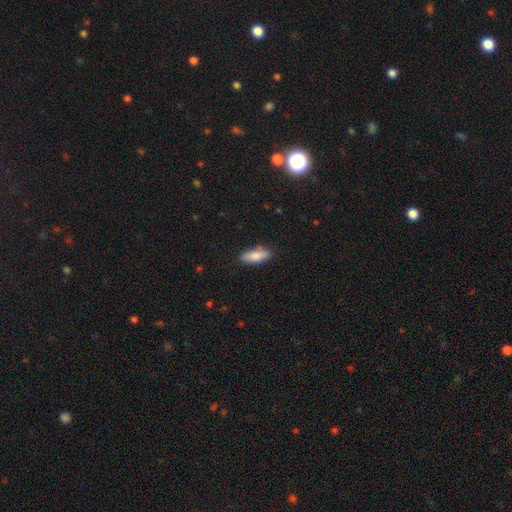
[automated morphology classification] This appears to be a smooth galaxy with no disk features (80%) that is in between round and cigar-shaped (67%). Merging: none (83%).